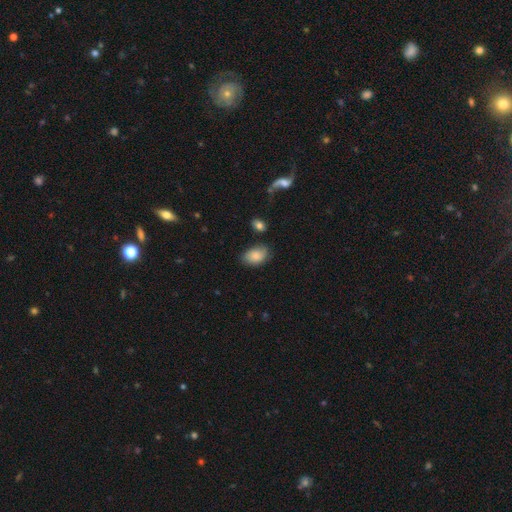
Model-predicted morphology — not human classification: Smooth or featured? smooth (83%)
How rounded? in between (89%)
Merging? none (68%)